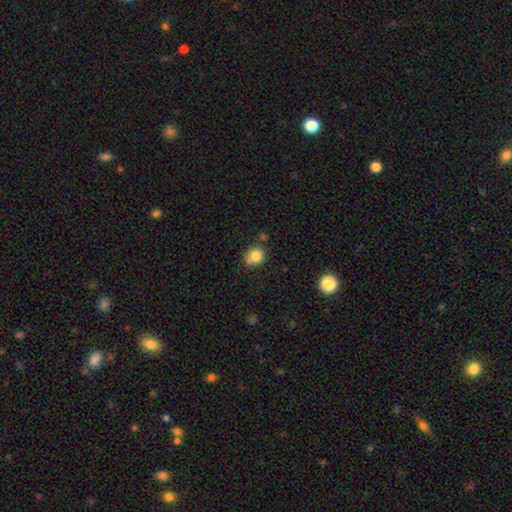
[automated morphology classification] A smooth galaxy with no disk features (81%) that is round (74%).

Vote fractions:
- Smooth or featured? smooth: 81% / star or artifact: 11% / featured or disk: 8%
- How rounded? round: 74% / in between: 25% / cigar-shaped: 1%
- Merging? none: 67% / minor disturbance: 20% / merger: 9% / major disturbance: 4%